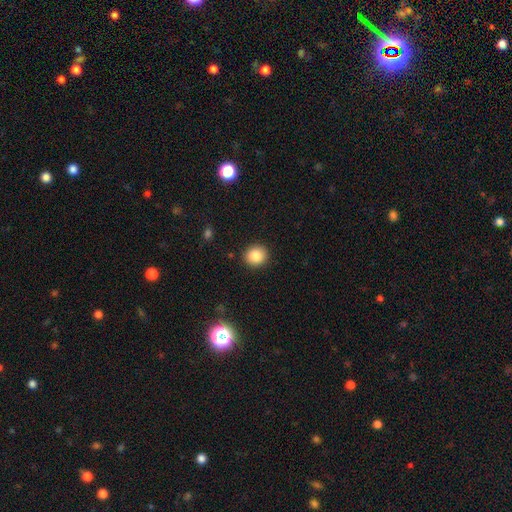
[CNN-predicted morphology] smooth 85%, star or artifact 10%, featured or disk 5%. Down the decision tree: how rounded — round (87%); merging — none (91%).